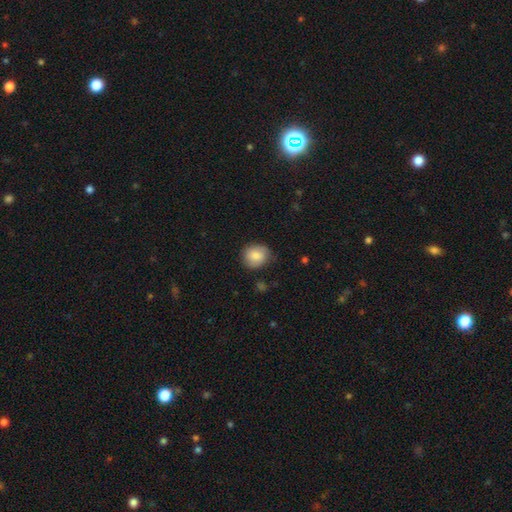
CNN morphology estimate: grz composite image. It shows a smooth galaxy with no disk features (80%) that is round (73%). Merging: none (76%).